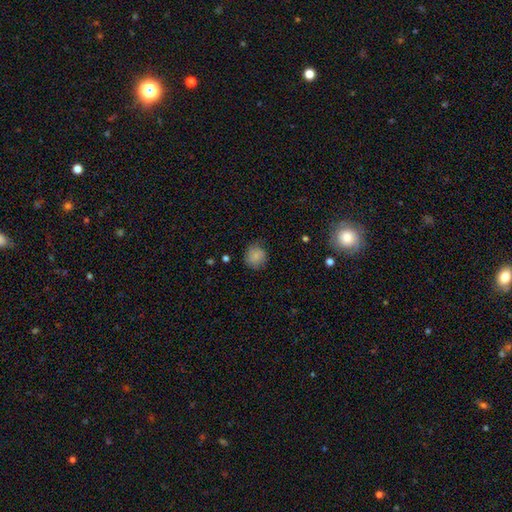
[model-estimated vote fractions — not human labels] Smooth or featured?
  - smooth: 84% *
  - star or artifact: 9%
  - featured or disk: 7%
How rounded?
  - round: 86% *
  - in between: 13%
  - cigar-shaped: 1%
Merging?
  - none: 77% *
  - minor disturbance: 17%
  - major disturbance: 4%
  - merger: 1%